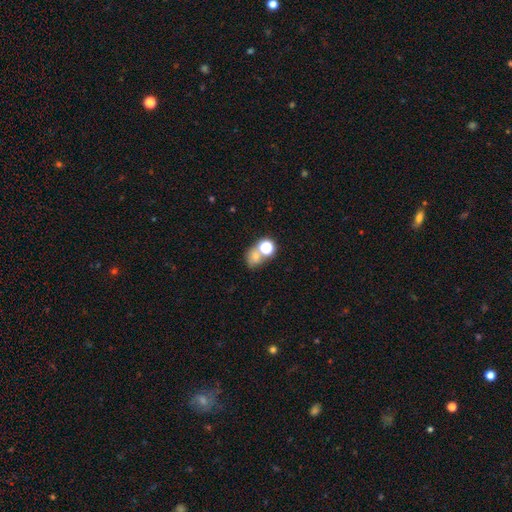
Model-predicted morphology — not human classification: Smooth or featured: smooth — 64% (star or artifact — 22%)
How rounded: round — 59% (in between — 40%)
Merging: none — 43% (merger — 41%)